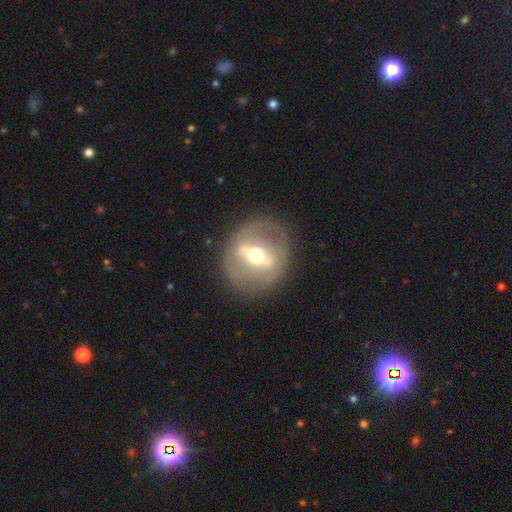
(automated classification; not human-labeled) The model was most divided on "edge-on disk": no: 70%, yes: 30%. More confident: spiral arms — no (83%); merging — none (83%); bar — strong (78%); smooth or featured — featured or disk (75%); bulge size — moderate (69%).